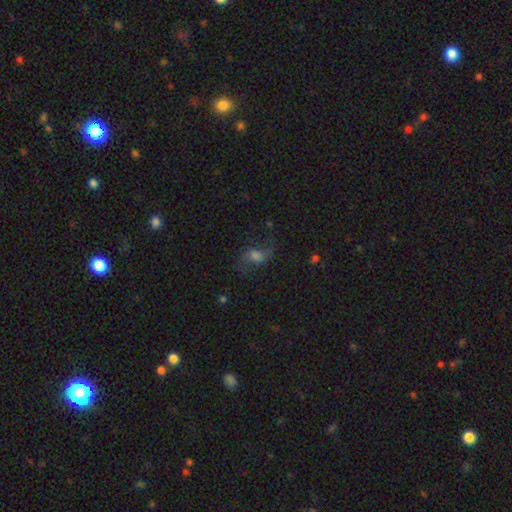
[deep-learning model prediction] Q: Smooth or featured?
A: smooth (44%); runner-up: featured or disk (39%)
Q: Merging?
A: none (58%); runner-up: minor disturbance (21%)